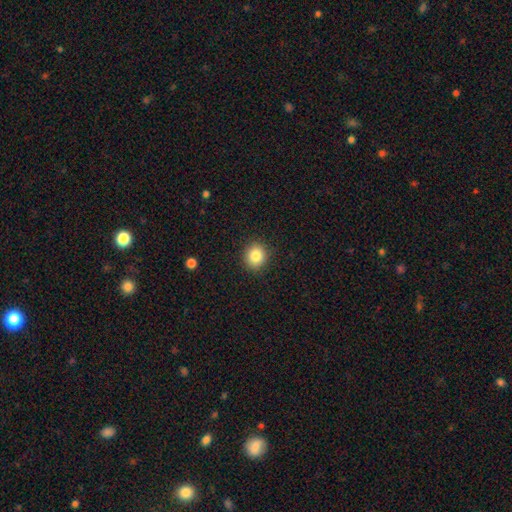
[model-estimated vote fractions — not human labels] A smooth galaxy with no disk features (84%) that is round (81%). Merging: none (90%).